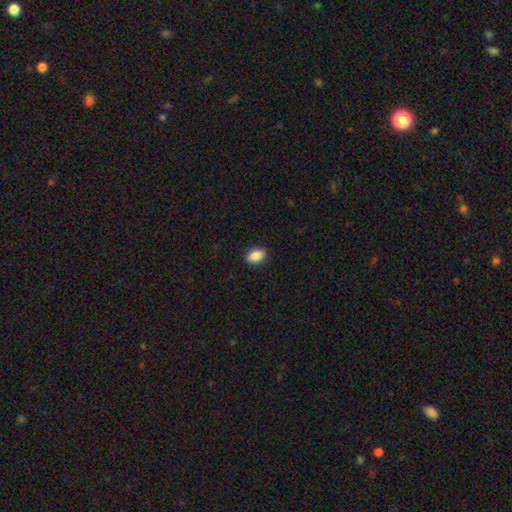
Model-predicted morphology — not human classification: This appears to be a smooth galaxy with no disk features (88%) that is in between round and cigar-shaped (86%). Merging: none (90%).